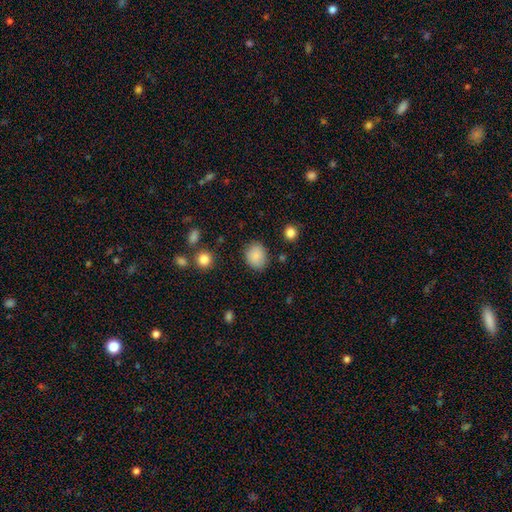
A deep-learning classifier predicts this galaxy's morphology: Smooth or featured? Predicted: smooth (p=0.87). How rounded? Predicted: round (p=0.58). Merging? Predicted: none (p=0.83).